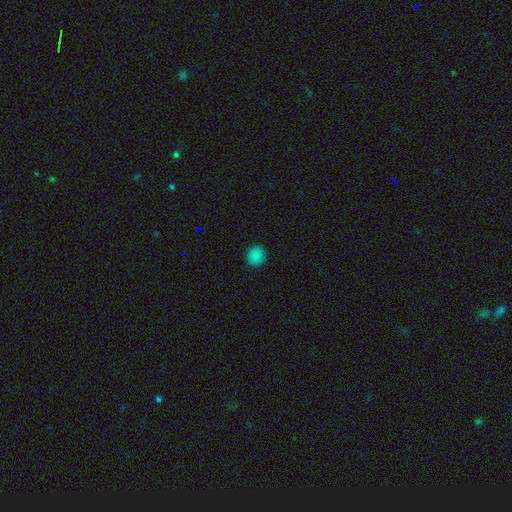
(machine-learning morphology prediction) This appears to be a smooth galaxy with no disk features (85%) that is round (85%). Merging: none (91%).